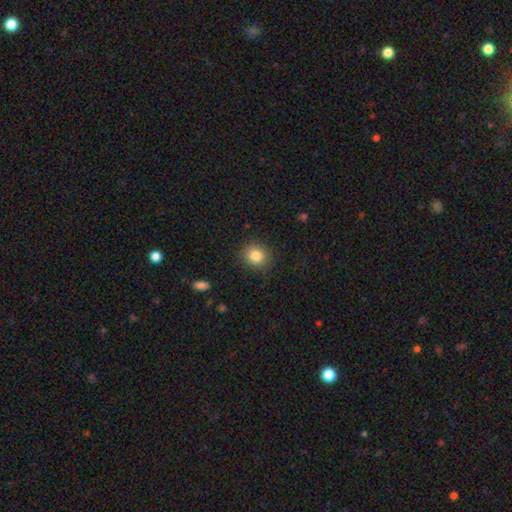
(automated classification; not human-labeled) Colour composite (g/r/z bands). It shows a smooth galaxy with no disk features (83%) that is round (80%). Merging: none (87%).